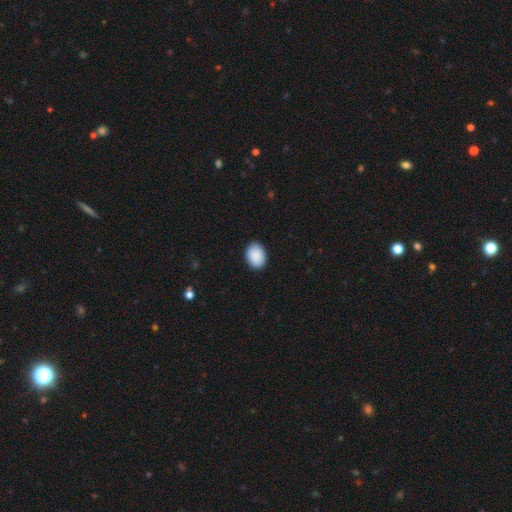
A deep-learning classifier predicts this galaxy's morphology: The model was most divided on "how rounded": in between: 75%, round: 24%, cigar-shaped: 1%. More confident: smooth or featured — smooth (91%); merging — none (89%).